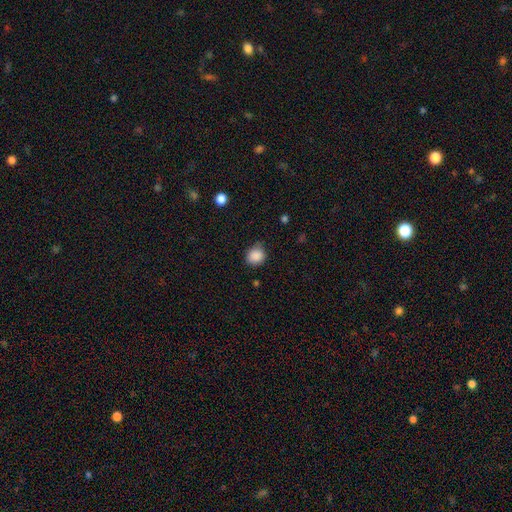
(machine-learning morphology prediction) The model was most divided on "how rounded": round: 74%, in between: 25%, cigar-shaped: 1%. More confident: smooth or featured — smooth (88%); merging — none (72%).